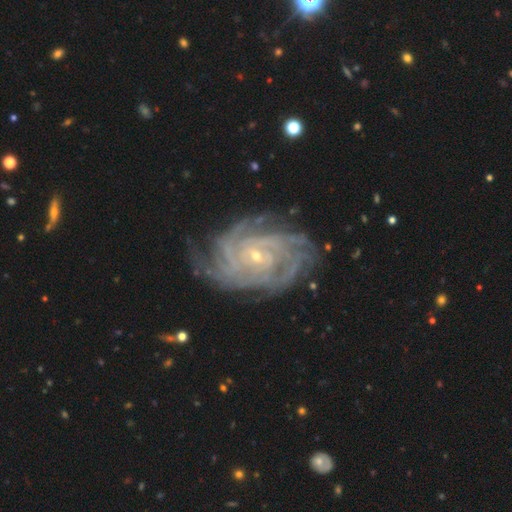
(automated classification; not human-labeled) The model was most divided on "spiral arm count": 4: 29%, more than 4: 22%, can't tell: 19%, 3: 13%, 2: 10%, 1: 8%. More confident: spiral arms — yes (98%); edge-on disk — no (97%); smooth or featured — featured or disk (91%); bulge size — small (82%); merging — none (75%); spiral winding — tight (74%); bar — no (64%).